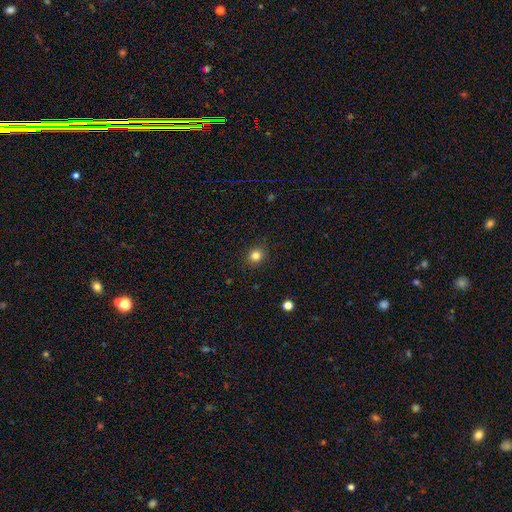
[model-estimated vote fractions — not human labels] A smooth galaxy with no disk features (82%) that is round (79%). Merging: none (89%).